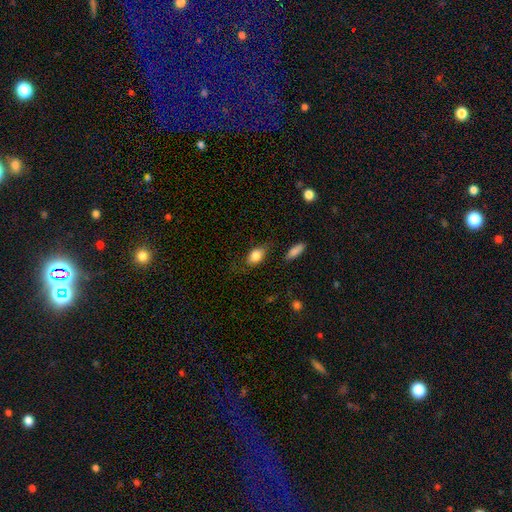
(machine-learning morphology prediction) Overall: smooth (83%). How rounded: in between (84%). Merging: none (71%).